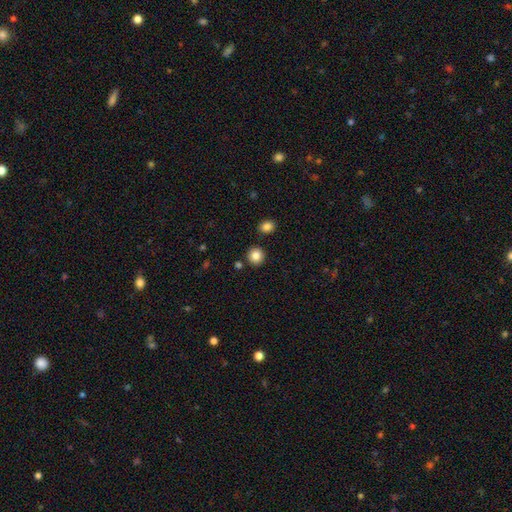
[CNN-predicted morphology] A smooth galaxy with no disk features (84%) that is round (92%).

Vote fractions:
- Smooth or featured? smooth: 84% / star or artifact: 10% / featured or disk: 6%
- How rounded? round: 92% / in between: 7% / cigar-shaped: 1%
- Merging? none: 88% / minor disturbance: 6% / merger: 4% / major disturbance: 2%